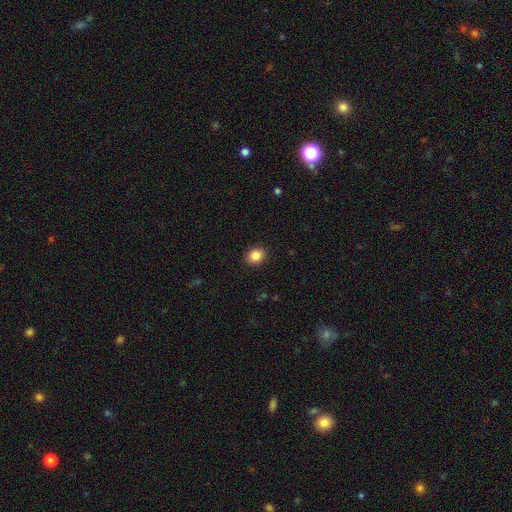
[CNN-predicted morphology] Smooth or featured: smooth — 86% (star or artifact — 10%)
How rounded: round — 64% (in between — 35%)
Merging: none — 91% (minor disturbance — 6%)